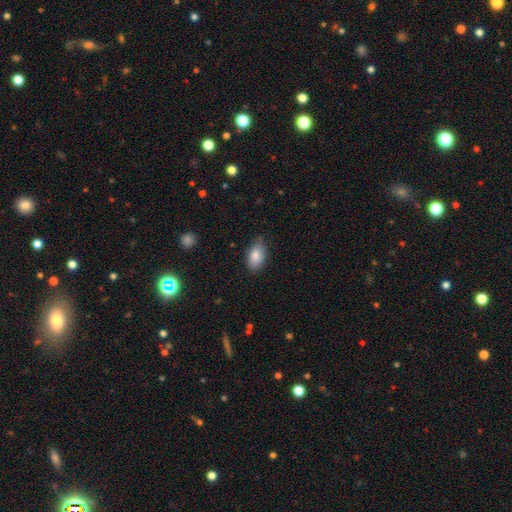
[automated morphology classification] type=smooth (84%); roundness=in between (92%); merging=none (74%).